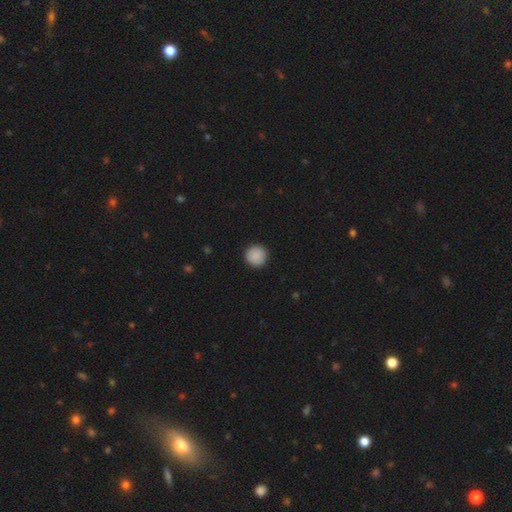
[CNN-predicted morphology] smooth_or_featured: smooth (p=0.90) [alt: star or artifact p=0.08]
how_rounded: round (p=0.96) [alt: in between p=0.03]
merging: none (p=0.93) [alt: minor disturbance p=0.05]